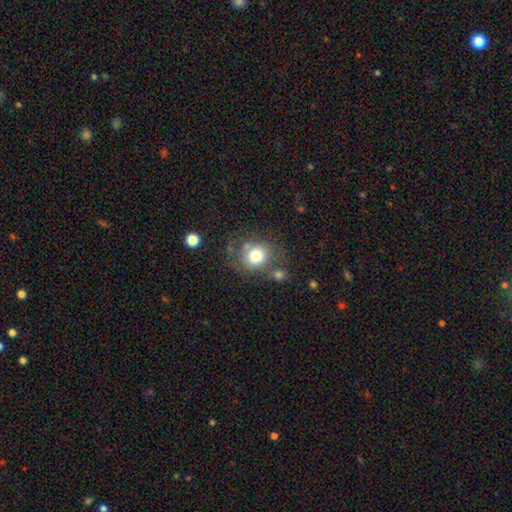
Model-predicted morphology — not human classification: type=smooth (74%); roundness=round (78%); merging=none (60%).